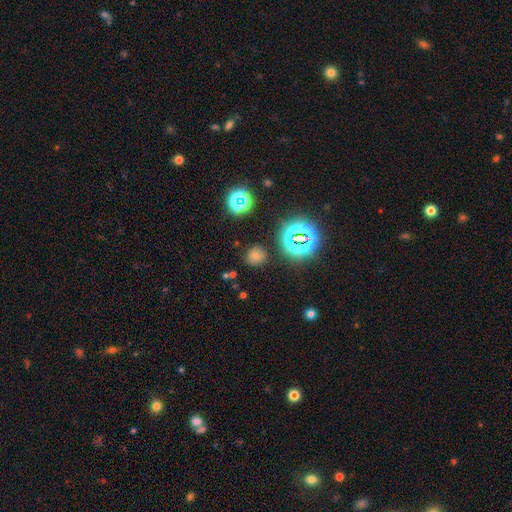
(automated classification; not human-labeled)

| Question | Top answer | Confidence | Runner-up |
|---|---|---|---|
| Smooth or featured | smooth | 51% | star or artifact (39%) |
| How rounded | round | 88% | in between (11%) |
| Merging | none | 86% | minor disturbance (9%) |